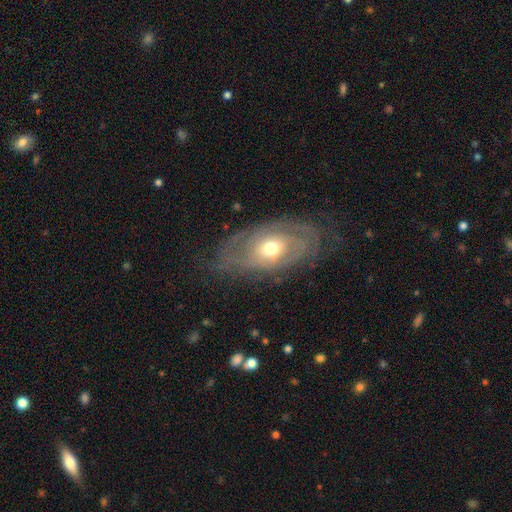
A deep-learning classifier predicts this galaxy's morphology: Smooth or featured? featured or disk (77%)
Edge-on disk? no (91%)
Bar? no (75%)
Spiral arms? yes (81%)
Spiral winding? tight (67%)
Spiral arm count? can't tell (41%)
Bulge size? moderate (70%)
Merging? none (76%)